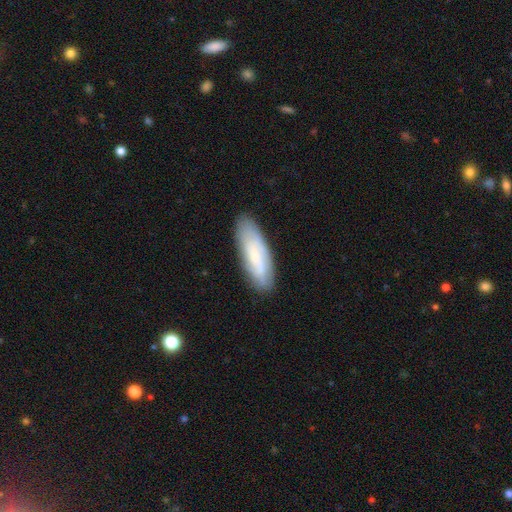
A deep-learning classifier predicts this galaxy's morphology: smooth 52%, featured or disk 41%, star or artifact 7%. Down the decision tree: how rounded — in between (57%); merging — none (82%).